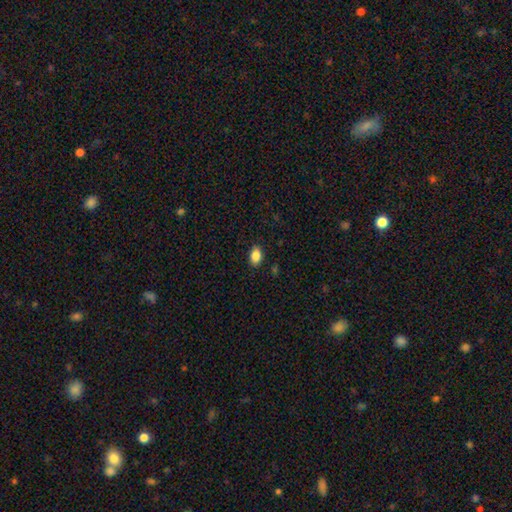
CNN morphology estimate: Smooth or featured?
  - smooth: 87% *
  - star or artifact: 9%
  - featured or disk: 4%
How rounded?
  - in between: 85% *
  - round: 14%
  - cigar-shaped: 1%
Merging?
  - none: 88% *
  - minor disturbance: 9%
  - major disturbance: 2%
  - merger: 1%